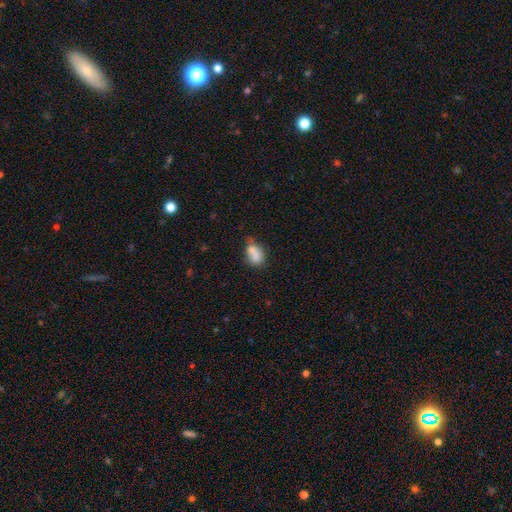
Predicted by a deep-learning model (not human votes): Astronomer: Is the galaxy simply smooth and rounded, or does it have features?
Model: smooth — 74%.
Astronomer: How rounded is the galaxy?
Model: in between — 73%.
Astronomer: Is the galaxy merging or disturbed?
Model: none — 35% (runner-up: merger, 33%).